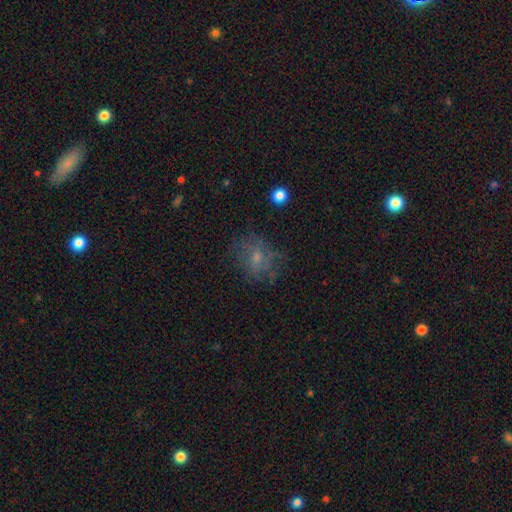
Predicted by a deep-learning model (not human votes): smooth 50%, featured or disk 36%, star or artifact 15%. Down the decision tree: merging — none (59%).